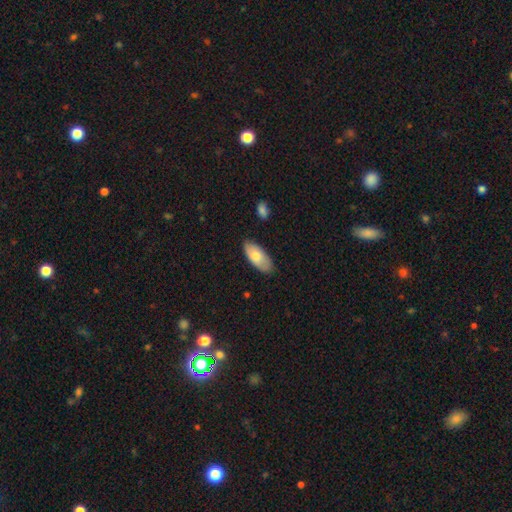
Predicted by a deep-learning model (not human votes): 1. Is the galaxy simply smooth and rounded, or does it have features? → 73% smooth, 21% featured or disk, 6% star or artifact.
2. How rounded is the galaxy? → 91% in between, 7% cigar-shaped, 2% round.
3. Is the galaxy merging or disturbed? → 81% none, 15% minor disturbance, 2% major disturbance, 2% merger.